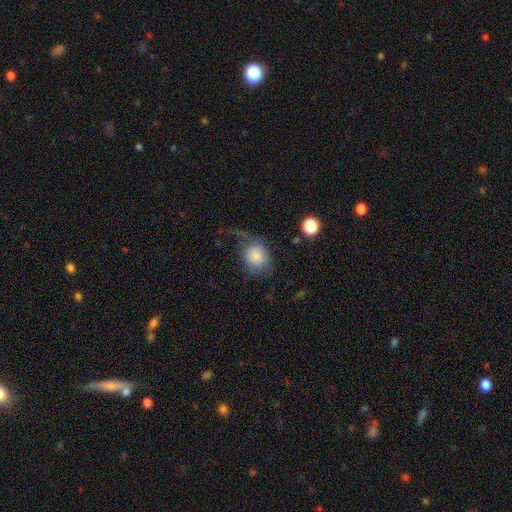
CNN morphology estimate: This is likely a smooth galaxy (78%). How rounded: likely round (67%). Merging: marginally none (40%).